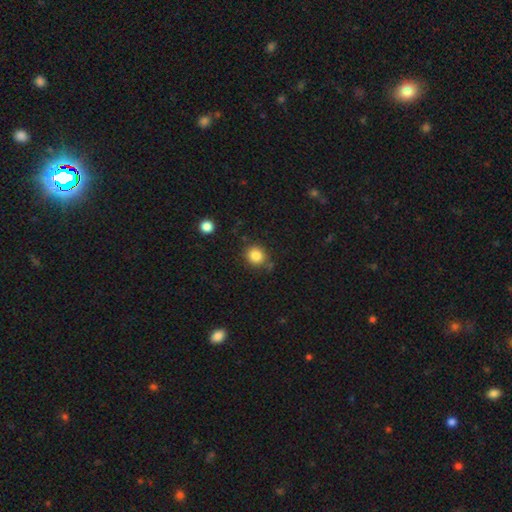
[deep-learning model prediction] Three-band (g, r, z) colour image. It shows a smooth galaxy with no disk features (85%) that is round (84%). Merging: none (80%).